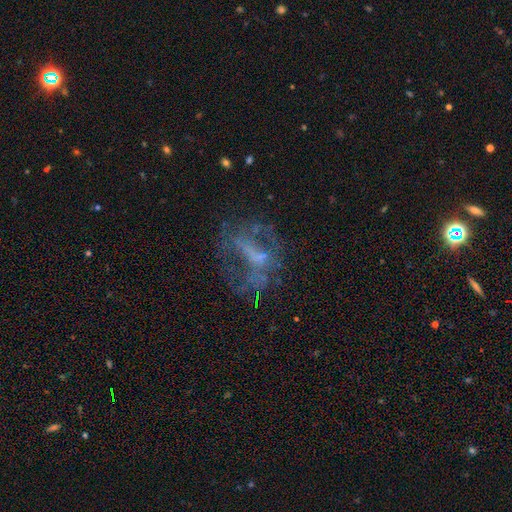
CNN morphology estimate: featured or disk 57%, smooth 24%, star or artifact 19%. Down the decision tree: edge-on disk — no (93%); bar — no (49%); spiral arms — no (76%); bulge size — none (50%); merging — none (47%).